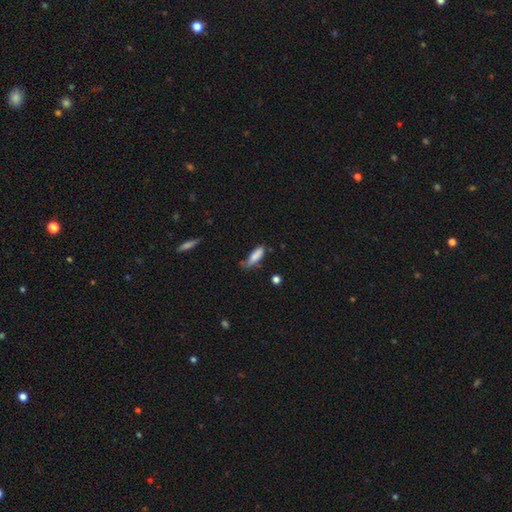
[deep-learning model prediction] A smooth galaxy with no disk features (80%) that is in between round and cigar-shaped (52%).

Vote fractions:
- Smooth or featured? smooth: 80% / featured or disk: 13% / star or artifact: 7%
- How rounded? in between: 52% / cigar-shaped: 47% / round: 2%
- Merging? none: 48% / minor disturbance: 37% / major disturbance: 11% / merger: 4%